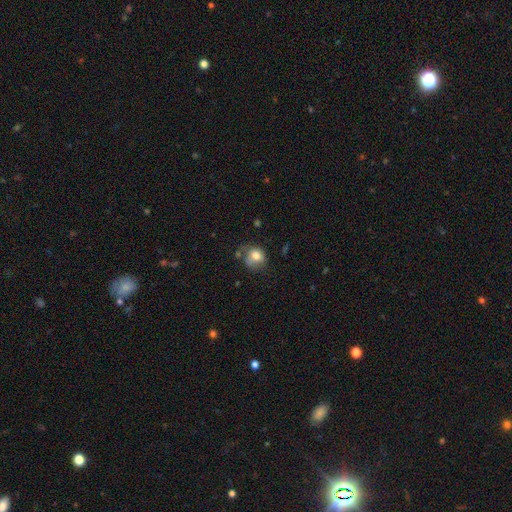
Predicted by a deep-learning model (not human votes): A smooth galaxy with no disk features (73%) that is round (61%).

Vote fractions:
- Smooth or featured? smooth: 73% / featured or disk: 17% / star or artifact: 10%
- How rounded? round: 61% / in between: 38% / cigar-shaped: 1%
- Merging? none: 43% / minor disturbance: 30% / major disturbance: 18% / merger: 8%